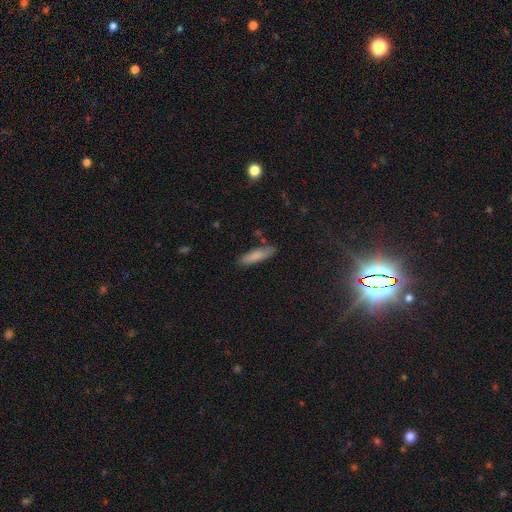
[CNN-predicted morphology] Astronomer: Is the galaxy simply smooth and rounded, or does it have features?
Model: smooth — 82%.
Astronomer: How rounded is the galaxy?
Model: cigar-shaped — 67%.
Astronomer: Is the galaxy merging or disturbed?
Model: none — 81%.